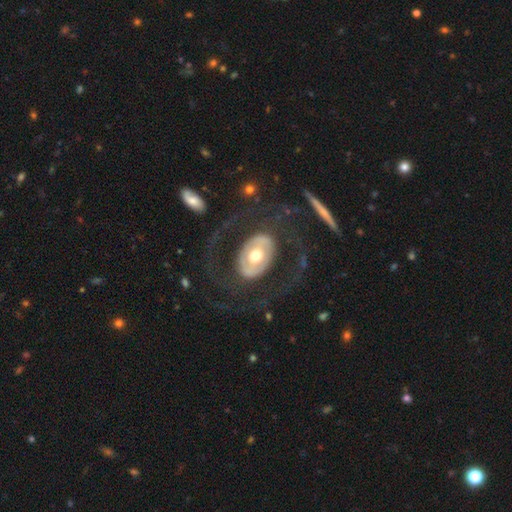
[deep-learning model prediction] This is likely a featured or disk galaxy (70%). It is clearly not viewed edge-on (93%). Bar: possibly no (57%). Spiral arm pattern: possibly no (53%). Central bulge: likely moderate (72%). Merging: likely none (69%).